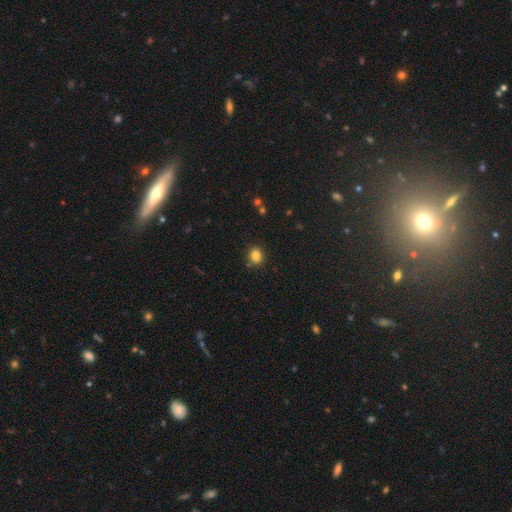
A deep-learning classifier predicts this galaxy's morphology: type=smooth (83%); roundness=round (66%); merging=none (83%).